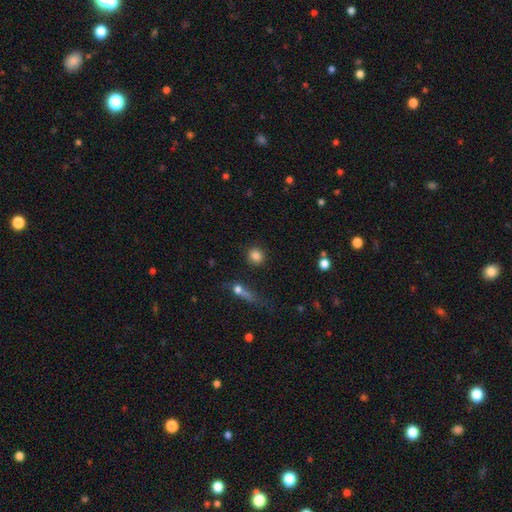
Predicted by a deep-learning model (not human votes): smooth 85%, star or artifact 10%, featured or disk 6%. Down the decision tree: how rounded — round (84%); merging — none (84%).